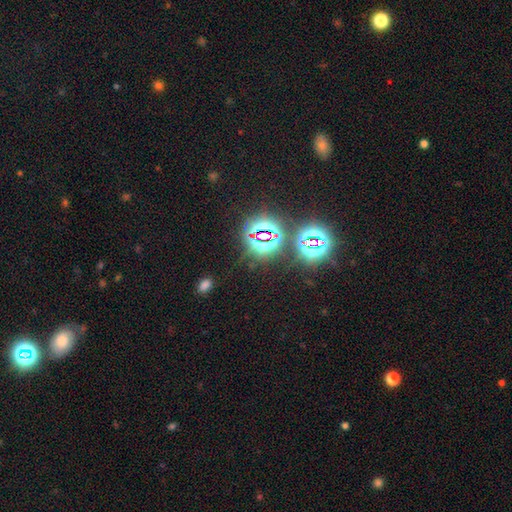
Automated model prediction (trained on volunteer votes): The model was most divided on "smooth or featured": star or artifact: 78%, smooth: 14%, featured or disk: 8%.